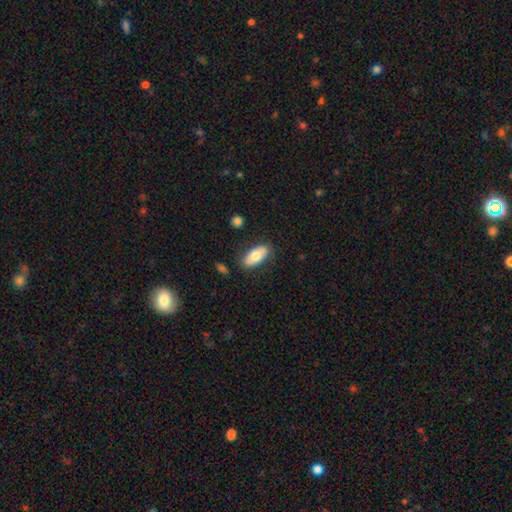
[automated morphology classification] Smooth or featured? Predicted: smooth (p=0.73). How rounded? Predicted: in between (p=0.88). Merging? Predicted: none (p=0.82).